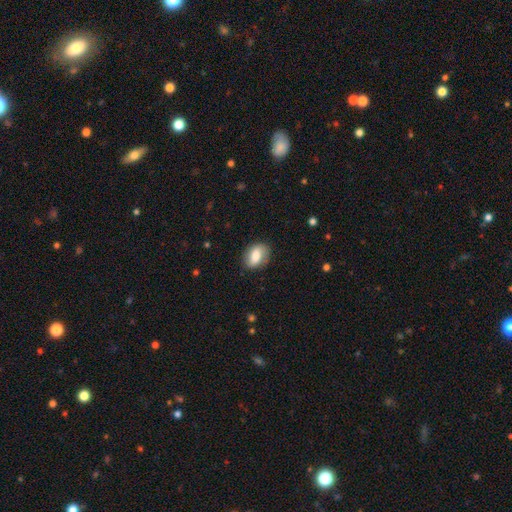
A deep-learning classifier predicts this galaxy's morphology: This is likely a smooth galaxy (72%). How rounded: likely in between (80%). Merging: clearly none (81%).